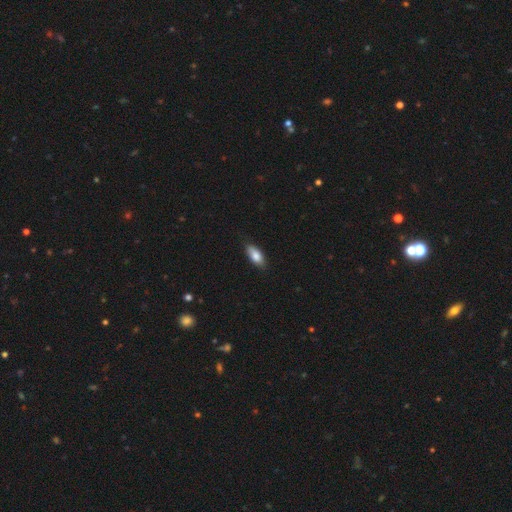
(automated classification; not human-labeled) The model was most divided on "merging": none: 82%, minor disturbance: 15%, major disturbance: 2%, merger: 1%. More confident: how rounded — in between (86%); smooth or featured — smooth (83%).